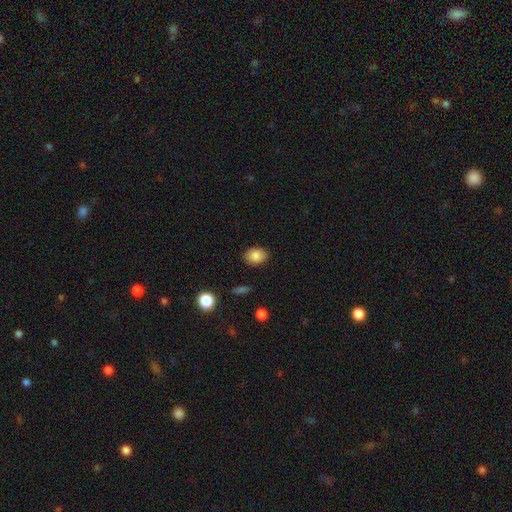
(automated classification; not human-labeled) A smooth galaxy with no disk features (86%) that is in between round and cigar-shaped (72%). Merging: none (87%).